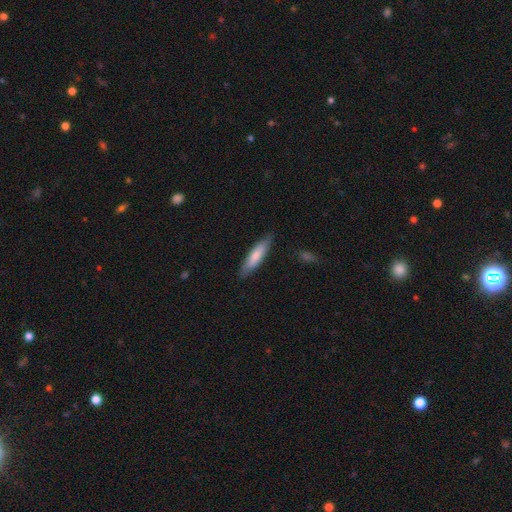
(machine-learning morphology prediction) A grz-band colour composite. It shows a smooth galaxy with no disk features (75%) that is cigar-shaped (73%). Merging: none (84%).